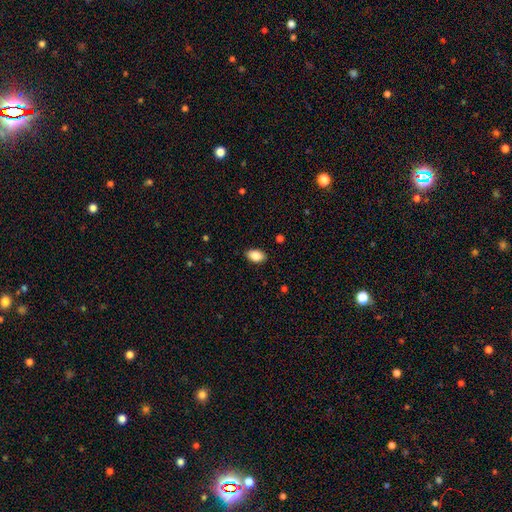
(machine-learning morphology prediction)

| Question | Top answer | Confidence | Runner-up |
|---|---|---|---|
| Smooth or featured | smooth | 87% | star or artifact (7%) |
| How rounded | in between | 91% | round (7%) |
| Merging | none | 87% | minor disturbance (9%) |